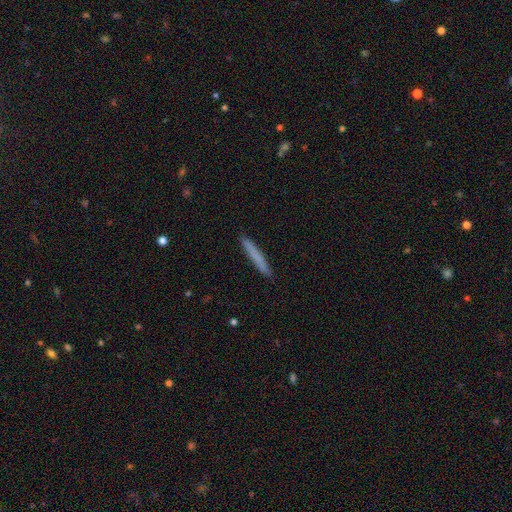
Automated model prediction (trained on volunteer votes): smooth_or_featured: smooth (p=0.74) [alt: featured or disk p=0.20]
how_rounded: cigar-shaped (p=0.97) [alt: in between p=0.02]
merging: none (p=0.92) [alt: minor disturbance p=0.06]